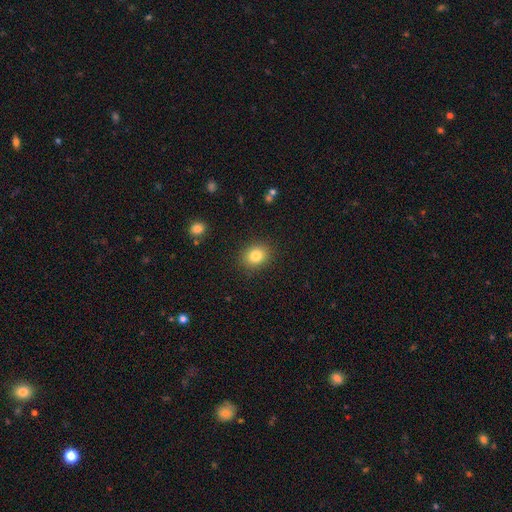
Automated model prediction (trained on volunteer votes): Smooth or featured?
  - smooth: 82% *
  - star or artifact: 10%
  - featured or disk: 7%
How rounded?
  - round: 60% *
  - in between: 39%
  - cigar-shaped: 1%
Merging?
  - none: 88% *
  - minor disturbance: 8%
  - major disturbance: 3%
  - merger: 1%